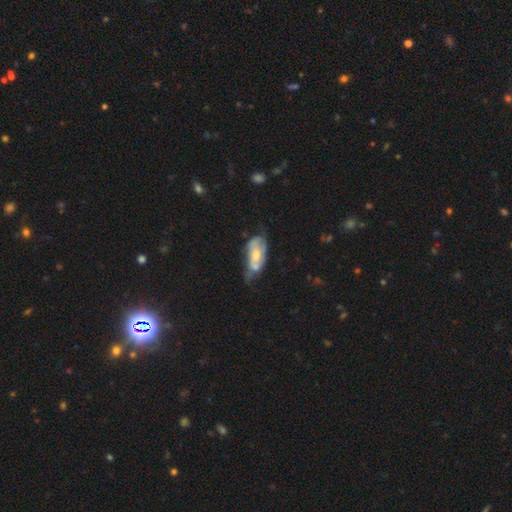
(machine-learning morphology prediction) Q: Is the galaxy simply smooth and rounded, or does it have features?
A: featured or disk — 53%.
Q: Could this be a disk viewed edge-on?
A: no — 90%.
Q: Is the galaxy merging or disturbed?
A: minor disturbance — 35%.